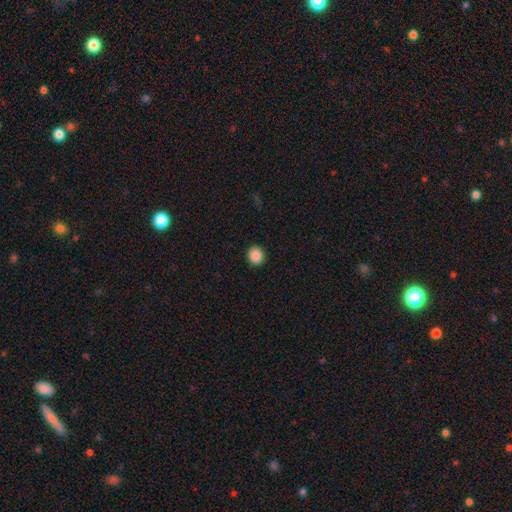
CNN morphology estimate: Smooth or featured? smooth (88%)
How rounded? round (83%)
Merging? none (92%)